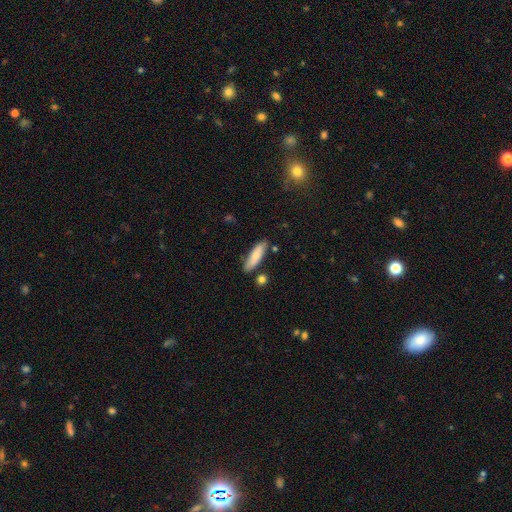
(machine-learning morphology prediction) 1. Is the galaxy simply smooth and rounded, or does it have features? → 79% smooth, 15% featured or disk, 6% star or artifact.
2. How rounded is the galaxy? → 59% cigar-shaped, 39% in between, 2% round.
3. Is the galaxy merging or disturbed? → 79% none, 14% minor disturbance, 4% merger, 3% major disturbance.